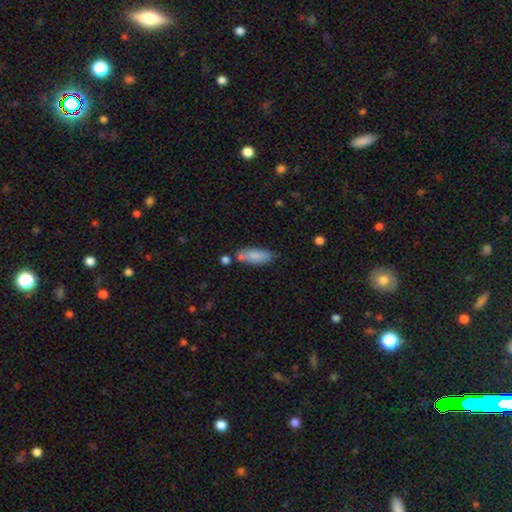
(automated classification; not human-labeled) smooth-or-featured: smooth: 82% | featured or disk: 11% | star or artifact: 7%
  how-rounded: in between: 66% | cigar-shaped: 32% | round: 2%
  merging: none: 61% | minor disturbance: 21% | merger: 13% | major disturbance: 5%